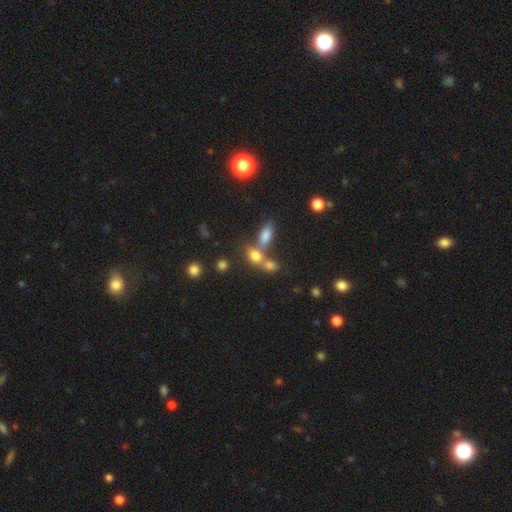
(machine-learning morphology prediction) Smooth or featured? smooth (72%)
How rounded? in between (66%)
Merging? merger (49%)